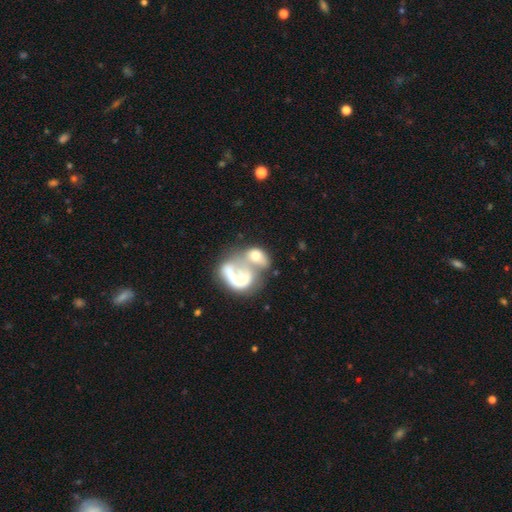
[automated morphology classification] smooth_or_featured: featured or disk (p=0.46) [alt: smooth p=0.44]
merging: merger (p=0.65) [alt: major disturbance p=0.18]